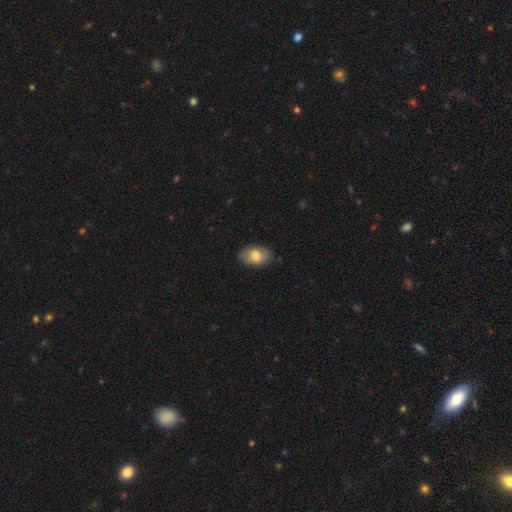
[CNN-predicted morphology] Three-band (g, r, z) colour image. It shows a smooth galaxy with no disk features (76%) that is in between round and cigar-shaped (90%). Merging: none (81%).